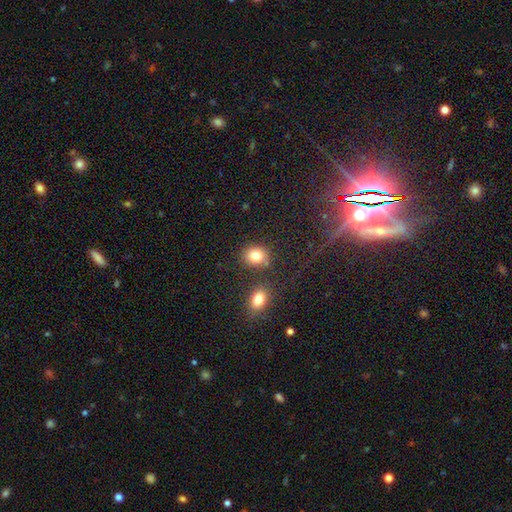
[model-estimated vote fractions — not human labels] The model was most divided on "how rounded": round: 64%, in between: 35%, cigar-shaped: 1%. More confident: smooth or featured — smooth (82%); merging — none (74%).